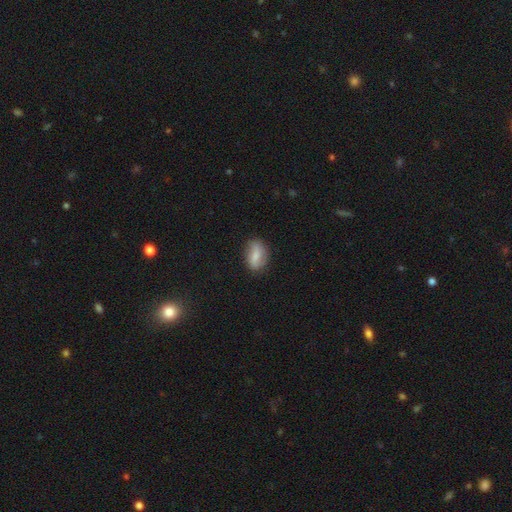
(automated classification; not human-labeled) smooth_or_featured: smooth (p=0.67) [alt: featured or disk p=0.26]
how_rounded: in between (p=0.83) [alt: round p=0.14]
merging: none (p=0.74) [alt: minor disturbance p=0.20]